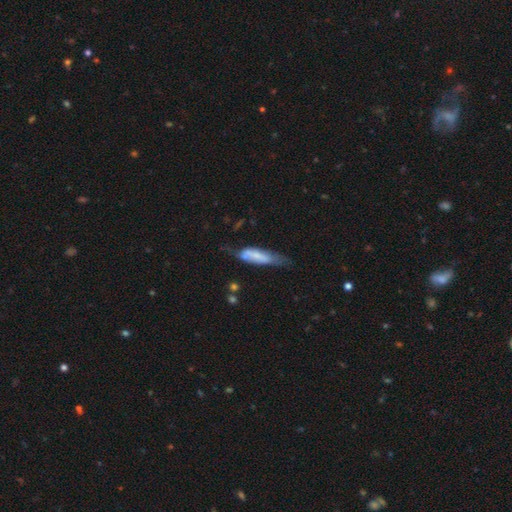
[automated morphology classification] type=smooth (58%); roundness=cigar-shaped (57%); merging=none (36%).